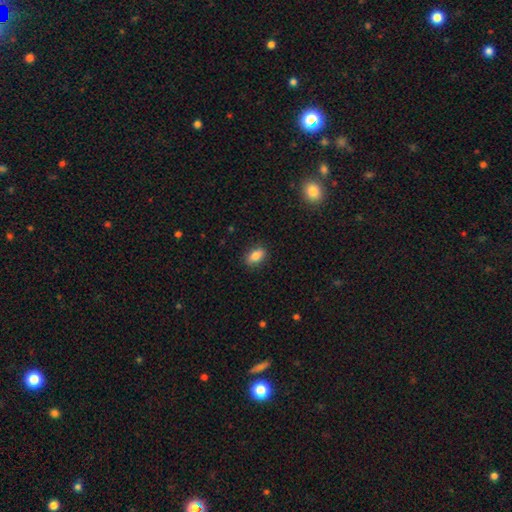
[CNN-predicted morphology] Smooth or featured: smooth — 85% (star or artifact — 8%)
How rounded: in between — 86% (round — 10%)
Merging: none — 87% (minor disturbance — 10%)